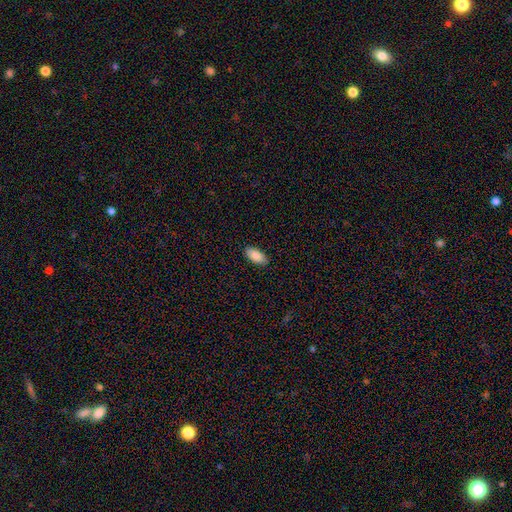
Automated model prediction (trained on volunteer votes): This is clearly a smooth galaxy (89%). How rounded: clearly in between (92%). Merging: clearly none (88%).